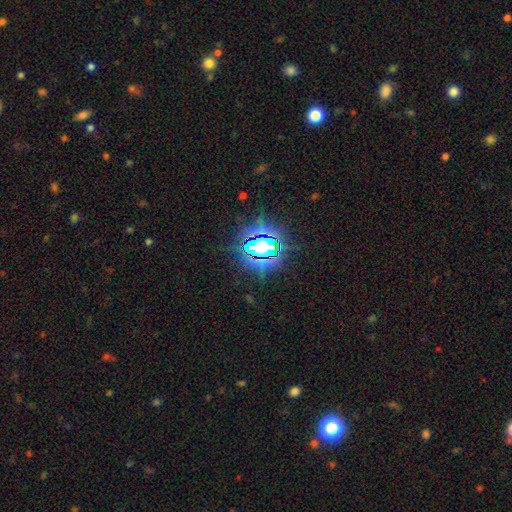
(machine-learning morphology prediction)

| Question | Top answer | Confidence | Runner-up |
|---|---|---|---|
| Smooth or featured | star or artifact | 82% | smooth (11%) |